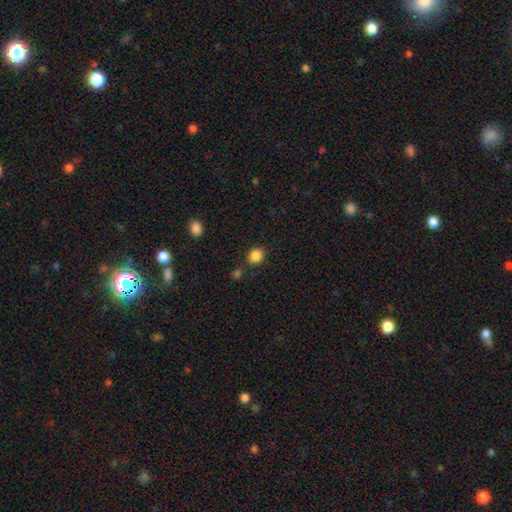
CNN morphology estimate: This appears to be a smooth galaxy with no disk features (86%) that is round (73%). Merging: none (82%).